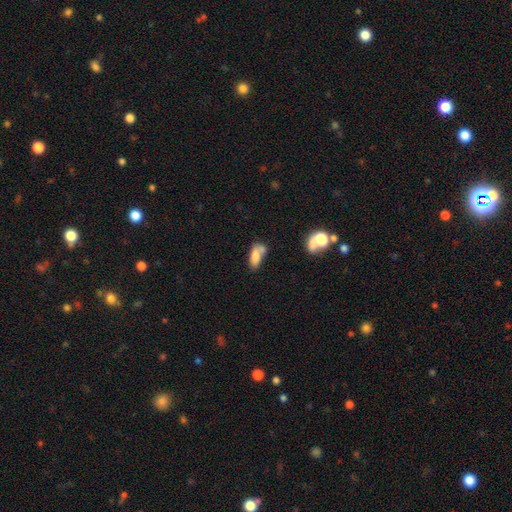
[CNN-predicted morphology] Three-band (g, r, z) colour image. It shows a smooth galaxy with no disk features (73%) that is in between round and cigar-shaped (84%). Merging: merger (40%).